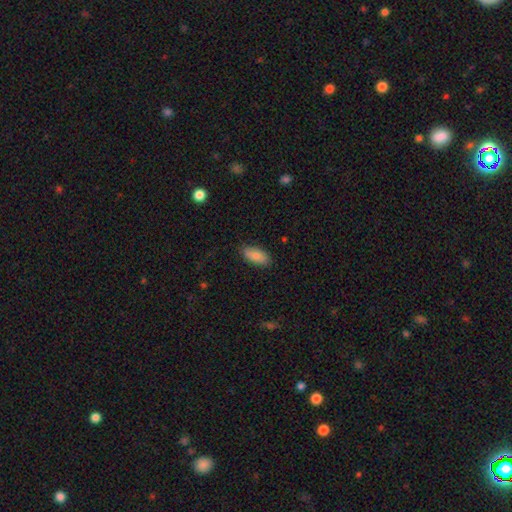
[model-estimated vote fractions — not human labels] The model was most divided on "merging": none: 86%, minor disturbance: 11%, major disturbance: 2%, merger: 1%. More confident: how rounded — in between (89%); smooth or featured — smooth (85%).